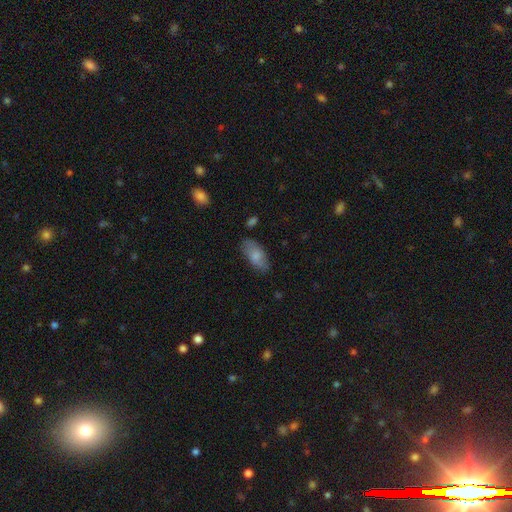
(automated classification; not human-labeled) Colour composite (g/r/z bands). It shows a smooth galaxy with no disk features (77%) that is in between round and cigar-shaped (91%). Merging: none (74%).